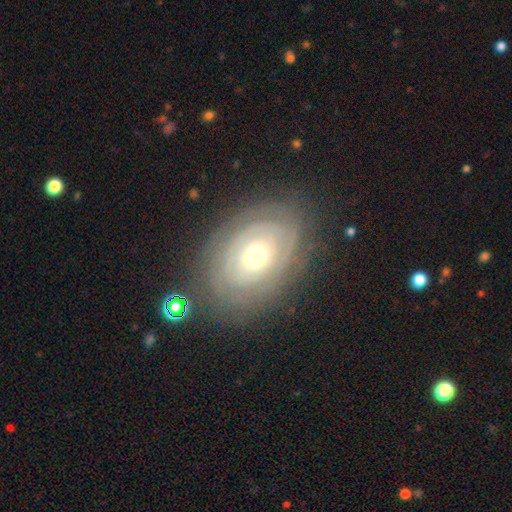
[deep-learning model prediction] This appears to be a featured or disk galaxy (74%) with no bar (86%), spiral arms (72%) and a moderate central bulge (47%, tied with small). Merging: none (79%).